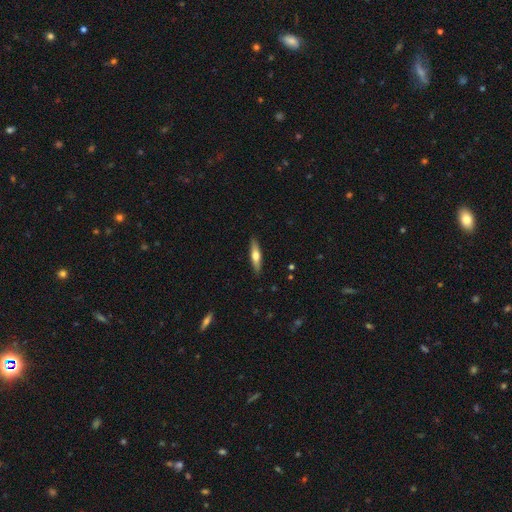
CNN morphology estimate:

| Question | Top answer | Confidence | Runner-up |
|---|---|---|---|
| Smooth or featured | smooth | 50% | featured or disk (44%) |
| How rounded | cigar-shaped | 76% | in between (22%) |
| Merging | none | 90% | minor disturbance (8%) |